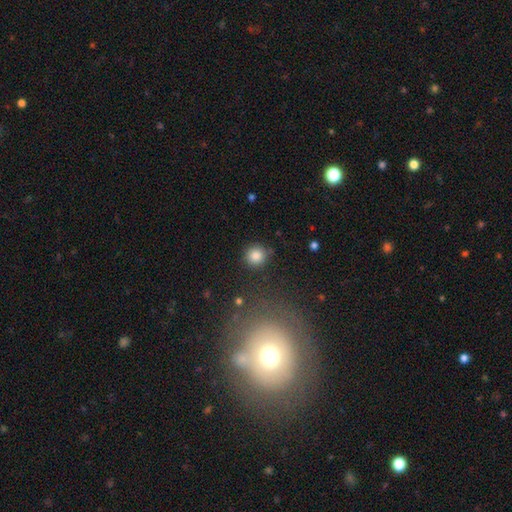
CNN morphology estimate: Smooth or featured: smooth — 85% (star or artifact — 10%)
How rounded: round — 92% (in between — 7%)
Merging: none — 86% (minor disturbance — 9%)